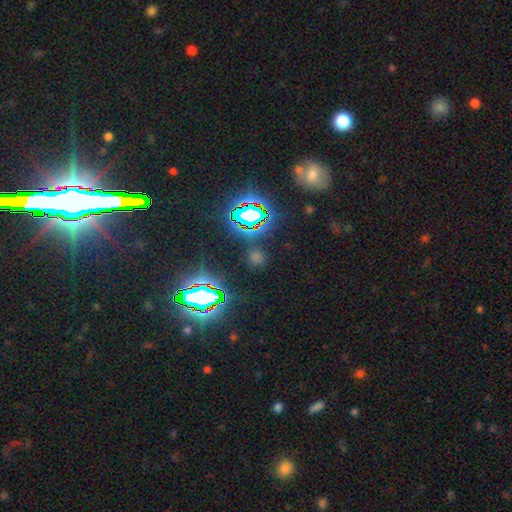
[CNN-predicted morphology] A star or artifact, not a galaxy (66%).